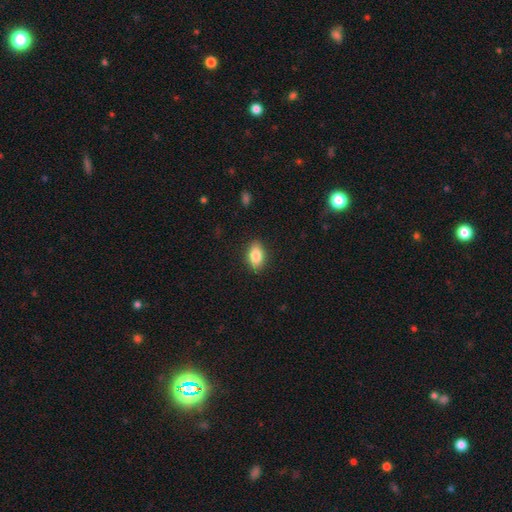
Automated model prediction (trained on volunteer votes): Q: Smooth or featured?
A: smooth (85%); runner-up: featured or disk (8%)
Q: How rounded?
A: in between (89%); runner-up: round (8%)
Q: Merging?
A: none (88%); runner-up: minor disturbance (9%)